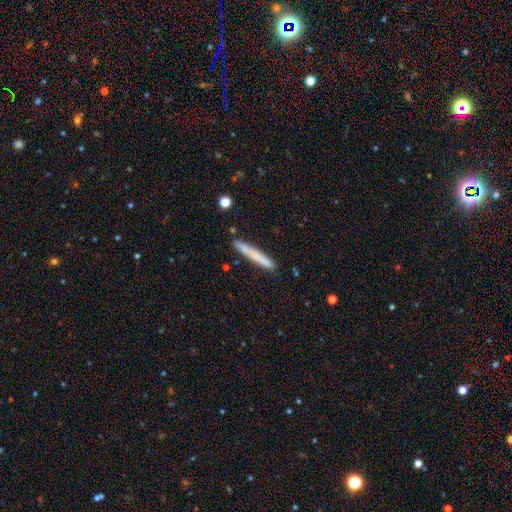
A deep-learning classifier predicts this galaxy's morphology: Q: Smooth or featured?
A: smooth (69%); runner-up: featured or disk (25%)
Q: How rounded?
A: cigar-shaped (96%); runner-up: in between (3%)
Q: Merging?
A: none (86%); runner-up: minor disturbance (10%)